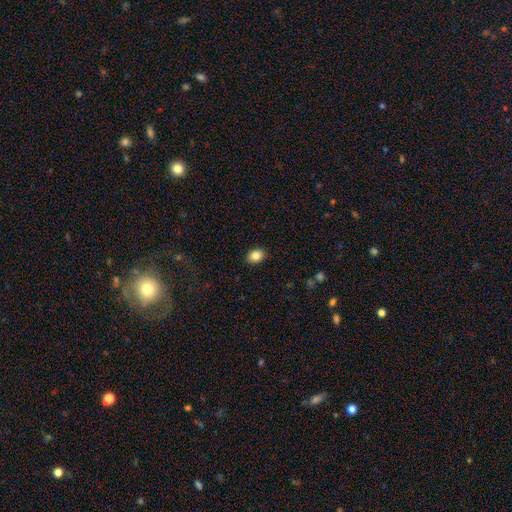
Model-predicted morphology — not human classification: smooth_or_featured: smooth (p=0.85) [alt: star or artifact p=0.09]
how_rounded: in between (p=0.62) [alt: round p=0.37]
merging: none (p=0.89) [alt: minor disturbance p=0.08]